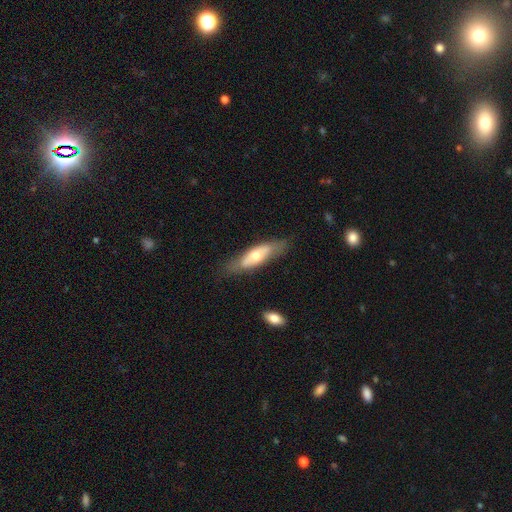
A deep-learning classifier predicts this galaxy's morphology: type=smooth (49%); merging=none (74%).